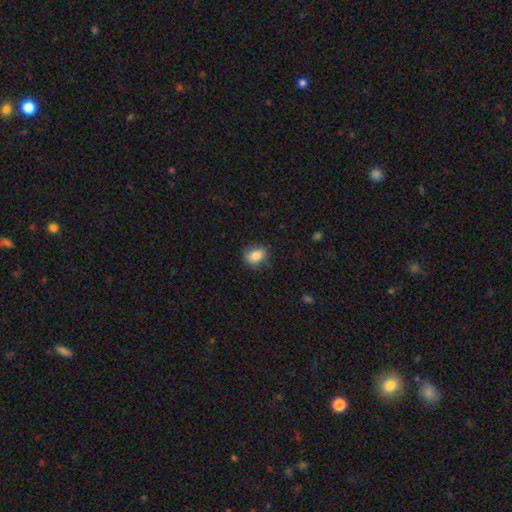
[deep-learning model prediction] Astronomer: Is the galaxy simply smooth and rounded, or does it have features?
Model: smooth — 83%.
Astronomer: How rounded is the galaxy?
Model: in between — 60% (runner-up: round, 39%).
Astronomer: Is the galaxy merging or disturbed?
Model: none — 79%.